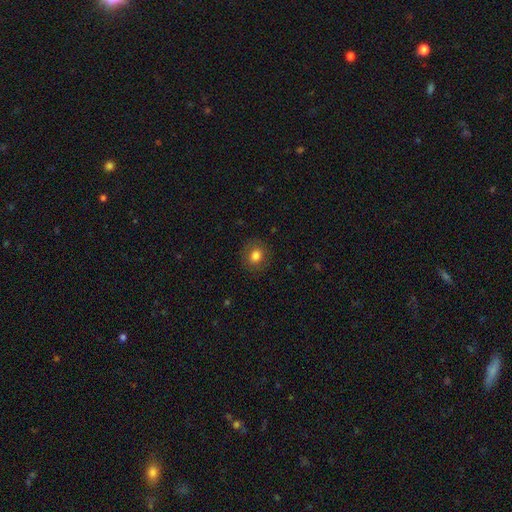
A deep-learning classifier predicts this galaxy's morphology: Smooth or featured? Predicted: smooth (p=0.79). How rounded? Predicted: round (p=0.74). Merging? Predicted: none (p=0.86).